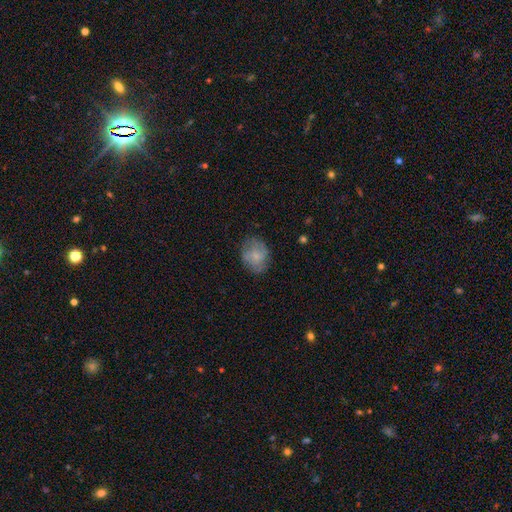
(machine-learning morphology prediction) The model was most divided on "how rounded": round: 51%, in between: 48%, cigar-shaped: 1%. More confident: merging — none (69%); smooth or featured — smooth (63%).